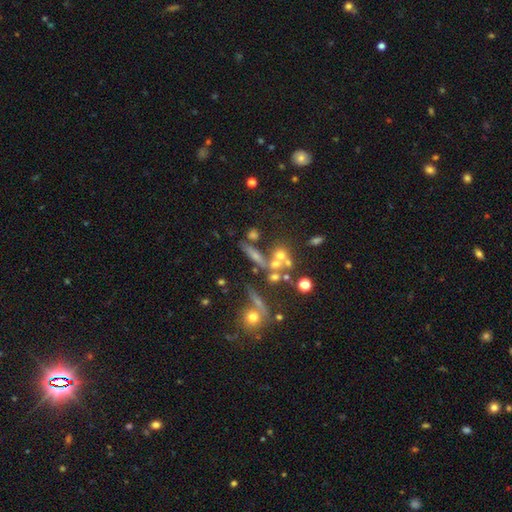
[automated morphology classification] Smooth or featured? Predicted: star or artifact (p=0.35).